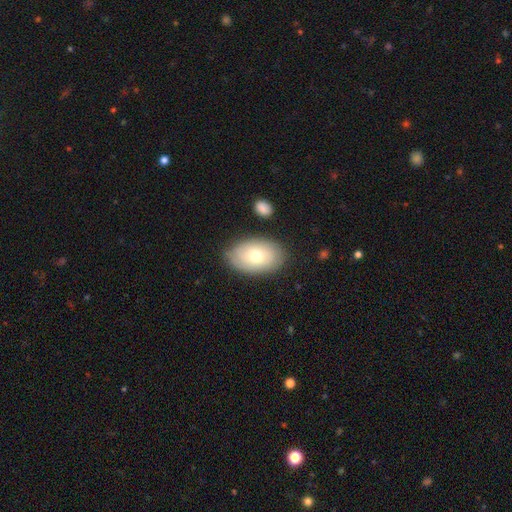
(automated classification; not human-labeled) smooth 69%, featured or disk 25%, star or artifact 7%. Down the decision tree: how rounded — in between (91%); merging — none (81%).